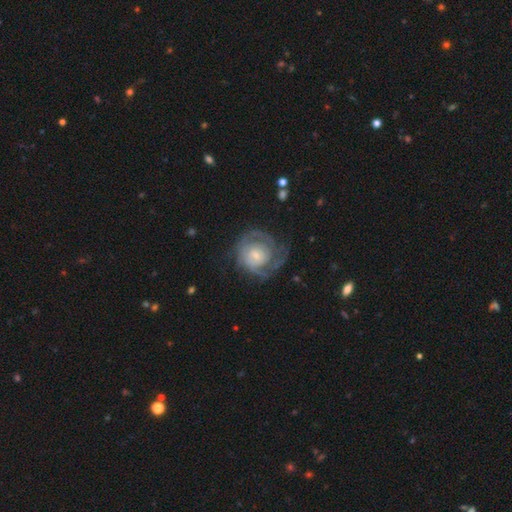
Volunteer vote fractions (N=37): This is clearly a featured or disk galaxy (84%). It is clearly not viewed edge-on (97%). Bar: likely no (63%). Spiral arm pattern: clearly yes (87%). Spiral arm count: possibly 3 (50%). Spiral winding: likely tight (73%). Central bulge: likely small (73%). Merging: likely none (61%).